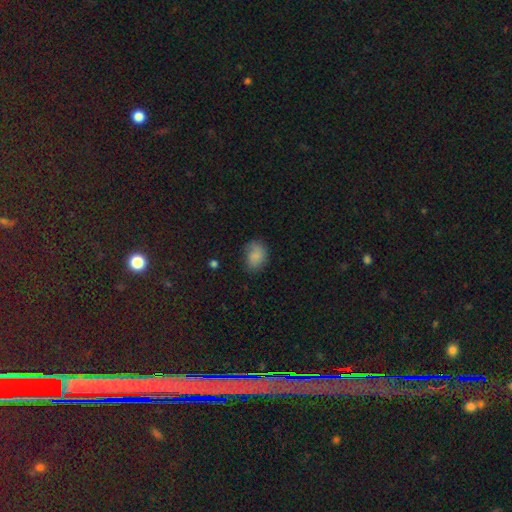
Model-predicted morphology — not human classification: smooth-or-featured: smooth: 80% | featured or disk: 10% | star or artifact: 10%
  how-rounded: in between: 65% | round: 34% | cigar-shaped: 1%
  merging: none: 64% | minor disturbance: 26% | major disturbance: 9% | merger: 2%